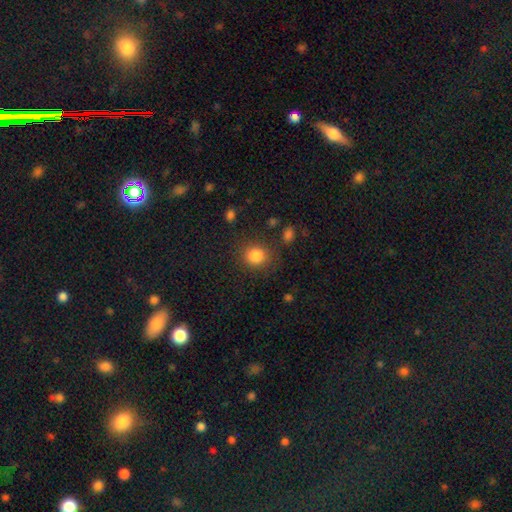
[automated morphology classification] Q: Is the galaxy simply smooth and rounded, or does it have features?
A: smooth — 84%.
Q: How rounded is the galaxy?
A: round — 83%.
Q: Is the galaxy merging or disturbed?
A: none — 83%.